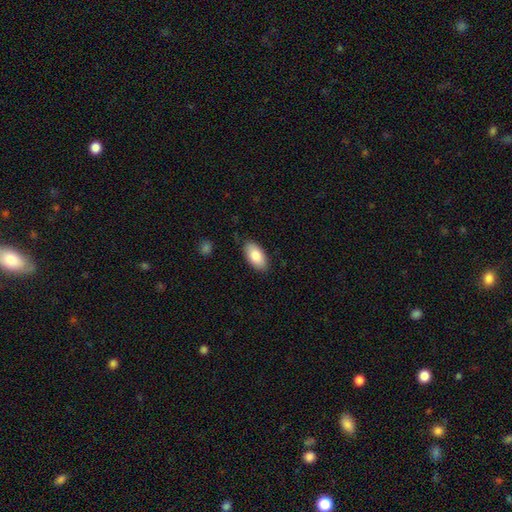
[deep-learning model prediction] Q: Smooth or featured?
A: smooth (83%); runner-up: featured or disk (11%)
Q: How rounded?
A: in between (94%); runner-up: cigar-shaped (3%)
Q: Merging?
A: none (85%); runner-up: minor disturbance (12%)